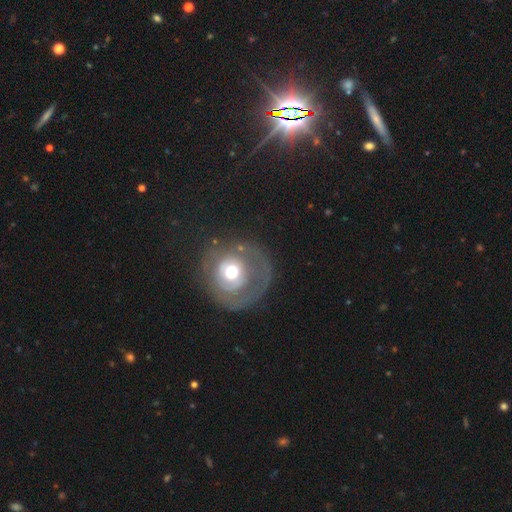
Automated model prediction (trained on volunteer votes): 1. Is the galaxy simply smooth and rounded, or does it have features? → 53% featured or disk, 31% smooth, 16% star or artifact.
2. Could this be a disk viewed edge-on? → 95% no, 5% yes.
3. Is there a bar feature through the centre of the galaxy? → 74% no, 18% weak, 8% strong.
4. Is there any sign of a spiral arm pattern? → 55% no, 45% yes.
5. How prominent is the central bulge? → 66% moderate, 16% small, 14% large, 3% dominant, 2% none.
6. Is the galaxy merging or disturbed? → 71% none, 15% minor disturbance, 12% major disturbance, 2% merger.